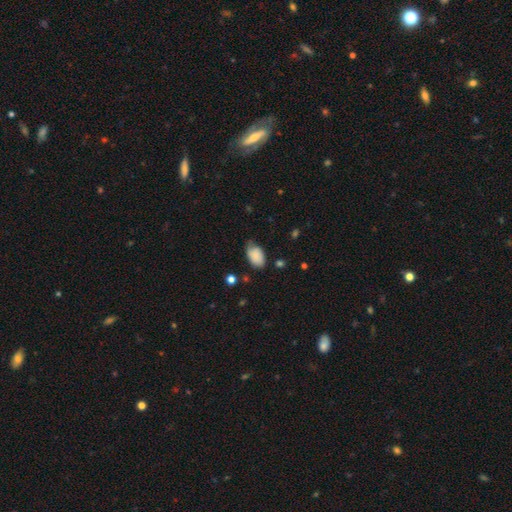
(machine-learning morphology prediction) This is clearly a smooth galaxy (84%). How rounded: clearly in between (92%). Merging: possibly none (53%).